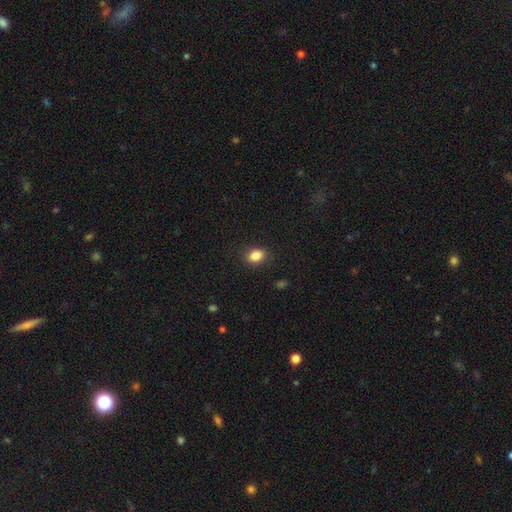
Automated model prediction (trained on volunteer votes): Smooth or featured?
  - smooth: 85% *
  - star or artifact: 9%
  - featured or disk: 5%
How rounded?
  - in between: 73% *
  - round: 25%
  - cigar-shaped: 2%
Merging?
  - none: 87% *
  - minor disturbance: 10%
  - major disturbance: 3%
  - merger: 1%